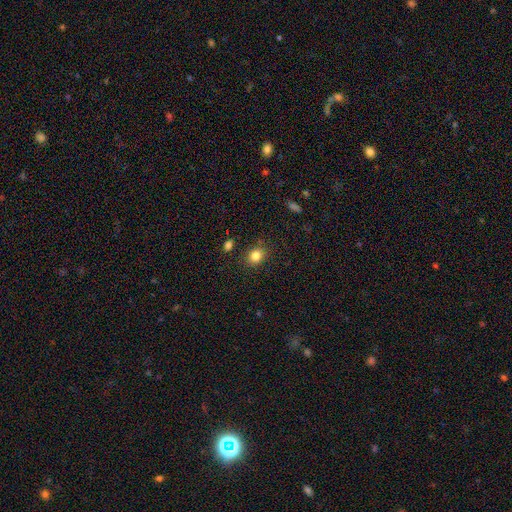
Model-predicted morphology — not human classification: The model was most divided on "how rounded": round: 54%, in between: 45%, cigar-shaped: 1%. More confident: merging — none (84%); smooth or featured — smooth (84%).